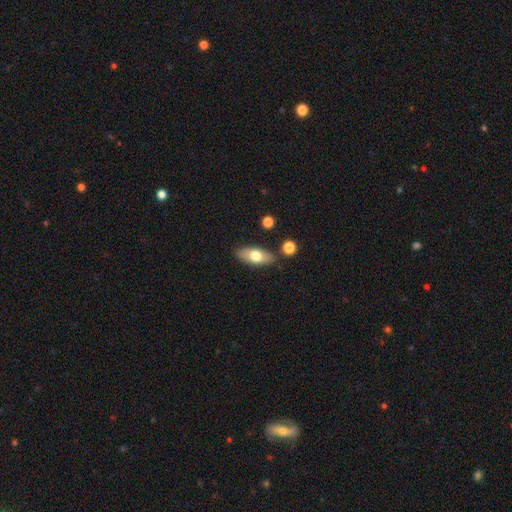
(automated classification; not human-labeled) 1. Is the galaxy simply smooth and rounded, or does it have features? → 69% smooth, 24% featured or disk, 7% star or artifact.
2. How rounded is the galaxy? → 81% in between, 15% cigar-shaped, 4% round.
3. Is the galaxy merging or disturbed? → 84% none, 10% minor disturbance, 4% merger, 2% major disturbance.